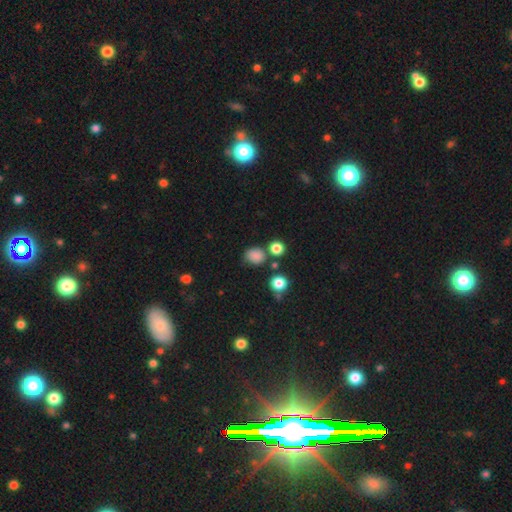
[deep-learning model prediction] smooth_or_featured: smooth (p=0.82) [alt: star or artifact p=0.13]
how_rounded: round (p=0.58) [alt: in between p=0.41]
merging: none (p=0.67) [alt: minor disturbance p=0.17]